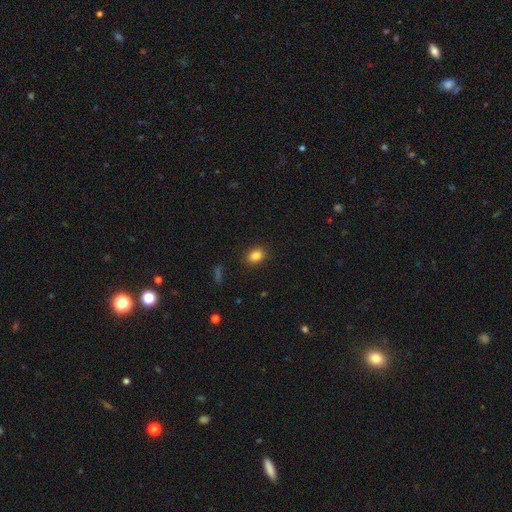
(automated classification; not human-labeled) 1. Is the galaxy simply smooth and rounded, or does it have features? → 85% smooth, 10% star or artifact, 5% featured or disk.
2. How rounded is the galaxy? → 67% in between, 32% round, 1% cigar-shaped.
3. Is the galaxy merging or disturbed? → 88% none, 9% minor disturbance, 2% major disturbance, 1% merger.